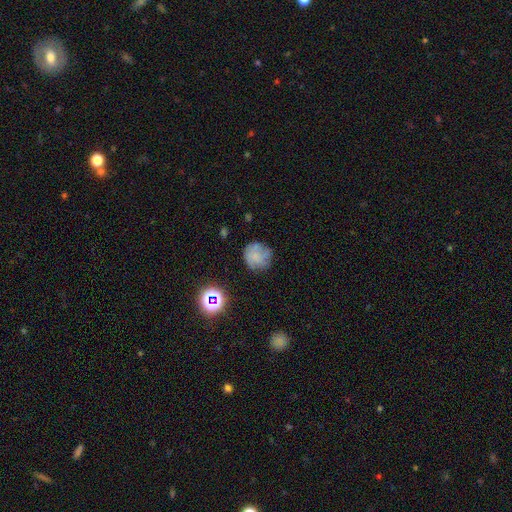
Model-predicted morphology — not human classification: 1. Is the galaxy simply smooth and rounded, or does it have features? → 57% smooth, 27% featured or disk, 16% star or artifact.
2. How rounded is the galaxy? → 89% round, 10% in between, 1% cigar-shaped.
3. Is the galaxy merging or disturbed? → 69% none, 20% minor disturbance, 8% major disturbance, 3% merger.